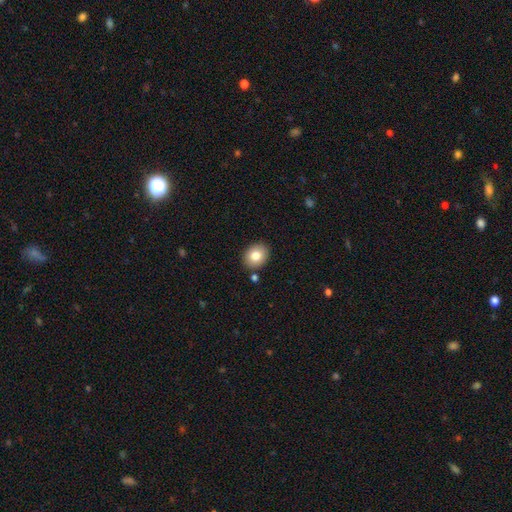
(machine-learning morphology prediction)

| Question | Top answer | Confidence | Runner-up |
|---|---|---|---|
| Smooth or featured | smooth | 81% | featured or disk (10%) |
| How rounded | round | 57% | in between (42%) |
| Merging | none | 87% | minor disturbance (8%) |